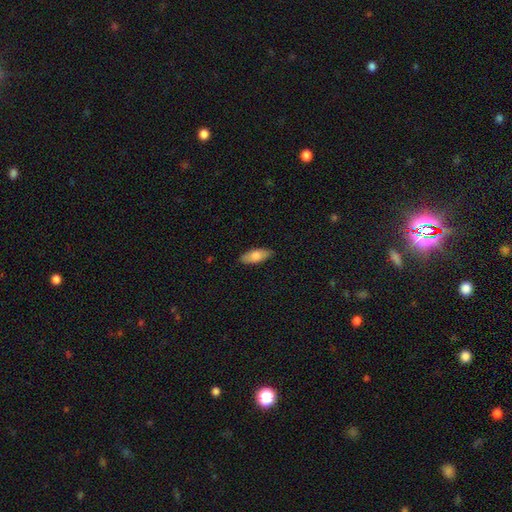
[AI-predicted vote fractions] smooth-or-featured: smooth: 78% | featured or disk: 17% | star or artifact: 6%
  how-rounded: in between: 78% | cigar-shaped: 20% | round: 2%
  merging: none: 87% | minor disturbance: 10% | major disturbance: 2% | merger: 1%